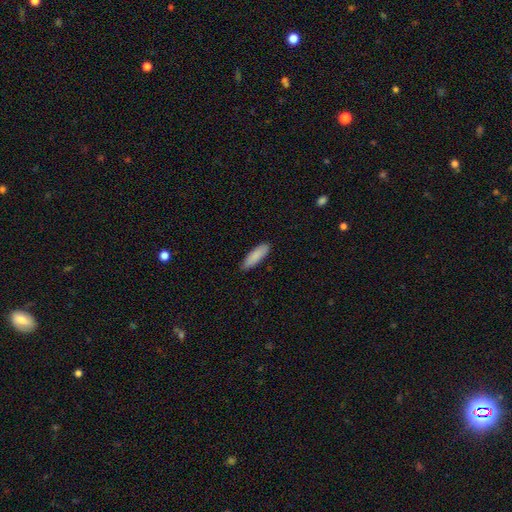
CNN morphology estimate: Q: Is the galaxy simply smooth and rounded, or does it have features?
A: smooth — 88%.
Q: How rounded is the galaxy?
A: cigar-shaped — 54%.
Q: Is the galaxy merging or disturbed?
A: none — 86%.